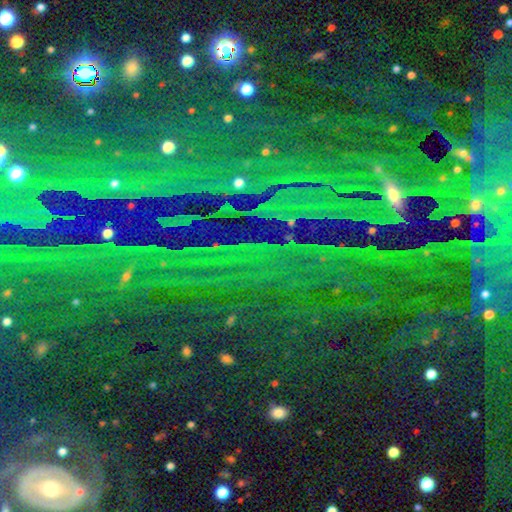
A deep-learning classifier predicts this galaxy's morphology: smooth-or-featured: star or artifact: 86% | smooth: 7% | featured or disk: 7%